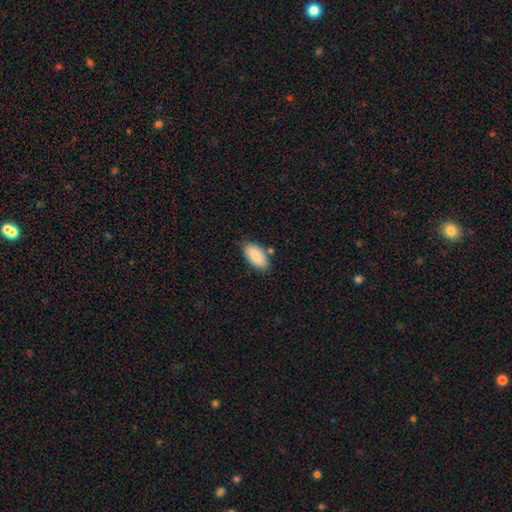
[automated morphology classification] This is clearly a smooth galaxy (85%). How rounded: clearly in between (92%). Merging: likely none (79%).